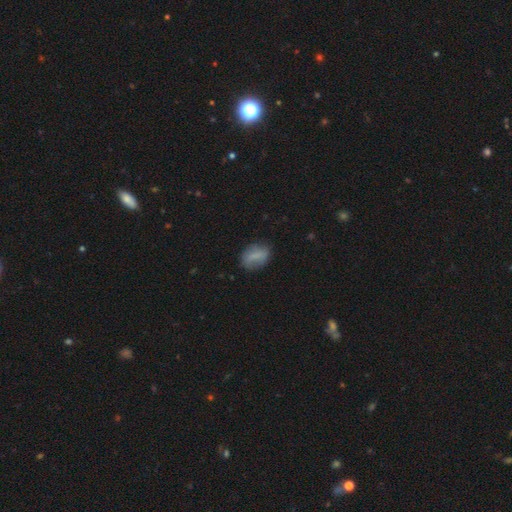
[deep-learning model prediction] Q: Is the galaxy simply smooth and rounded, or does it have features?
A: smooth — 71%.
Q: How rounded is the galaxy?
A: in between — 77%.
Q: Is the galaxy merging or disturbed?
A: none — 72%.